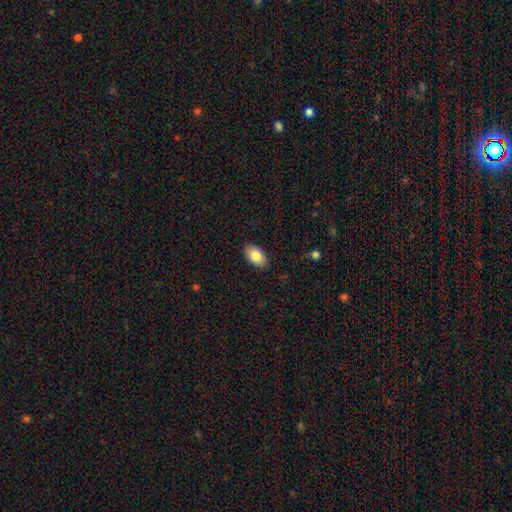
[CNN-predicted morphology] Smooth or featured? Predicted: smooth (p=0.83). How rounded? Predicted: in between (p=0.93). Merging? Predicted: none (p=0.89).